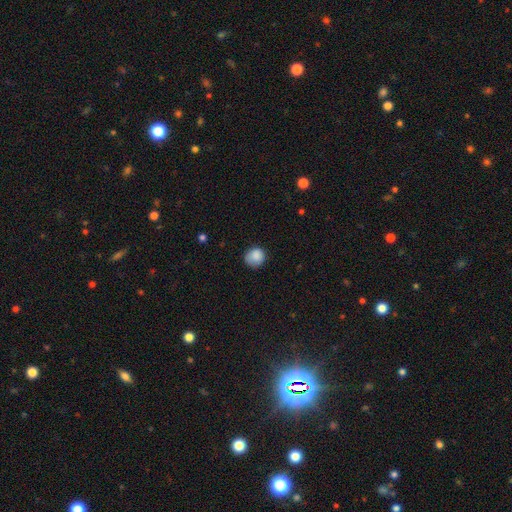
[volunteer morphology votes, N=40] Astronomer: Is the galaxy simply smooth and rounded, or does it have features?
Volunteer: smooth — 92%.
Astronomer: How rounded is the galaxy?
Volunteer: round — 76%.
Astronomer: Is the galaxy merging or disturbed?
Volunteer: none — 71%.